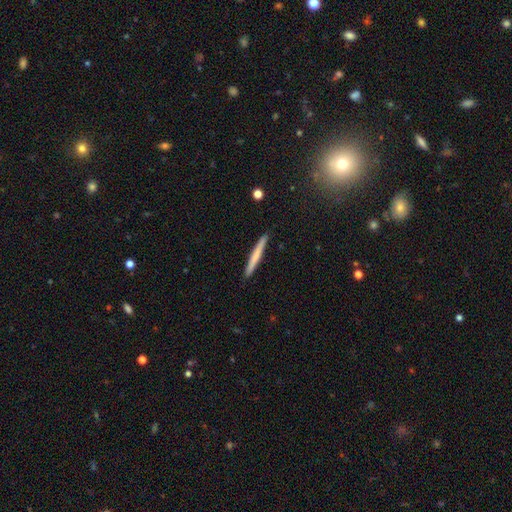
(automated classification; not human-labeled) This appears to be a smooth galaxy with no disk features (62%) that is cigar-shaped (97%). Merging: none (91%).